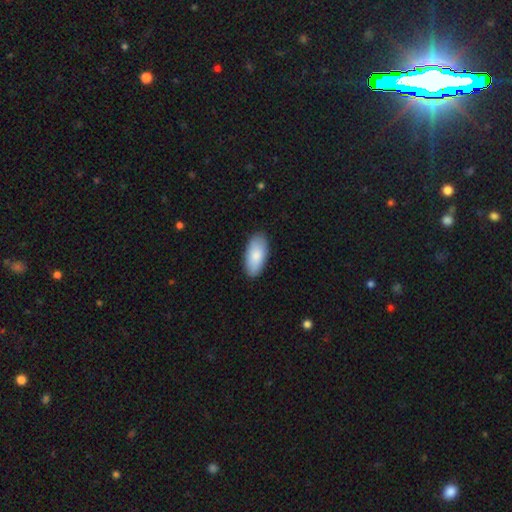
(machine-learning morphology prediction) Smooth or featured? smooth (86%)
How rounded? in between (93%)
Merging? none (87%)